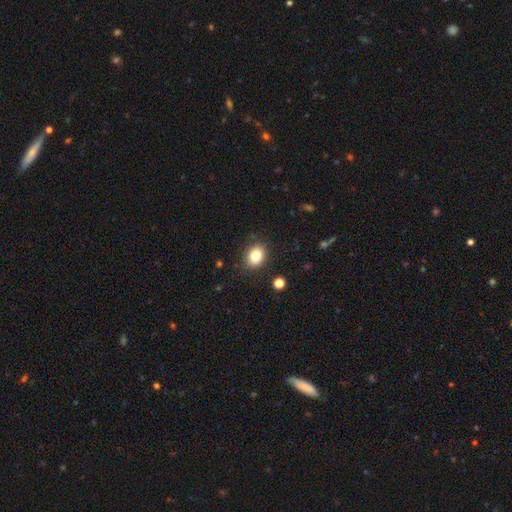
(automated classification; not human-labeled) Morphology: type=smooth (83%); roundness=in between (58%); merging=none (85%).